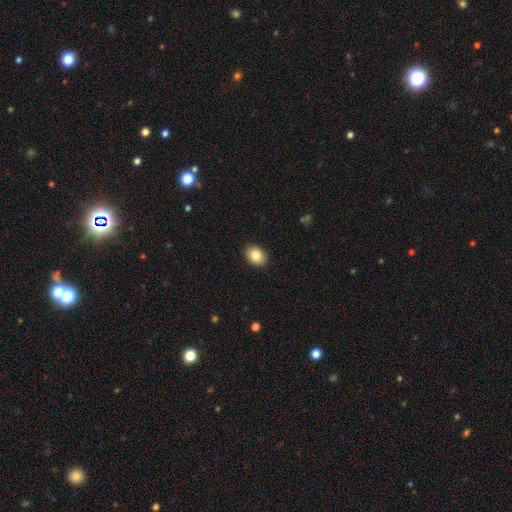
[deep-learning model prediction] smooth 84%, star or artifact 8%, featured or disk 8%. Down the decision tree: how rounded — in between (65%); merging — none (90%).